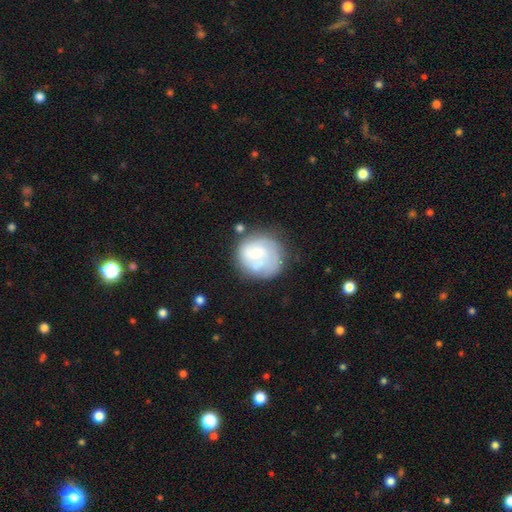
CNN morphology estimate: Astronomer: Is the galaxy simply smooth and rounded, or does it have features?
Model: featured or disk — 55% (runner-up: smooth, 37%).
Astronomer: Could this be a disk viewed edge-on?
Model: no — 98%.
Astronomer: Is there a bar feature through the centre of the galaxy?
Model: no — 65%.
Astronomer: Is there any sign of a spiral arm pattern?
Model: yes — 75%.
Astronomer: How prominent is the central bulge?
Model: small — 47% (runner-up: moderate, 36%).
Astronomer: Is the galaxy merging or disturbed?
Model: none — 65%.